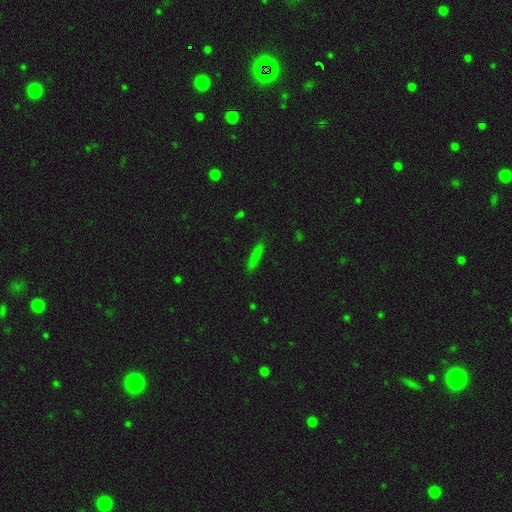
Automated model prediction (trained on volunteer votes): A smooth galaxy with no disk features (77%) that is cigar-shaped (88%). Merging: none (87%).